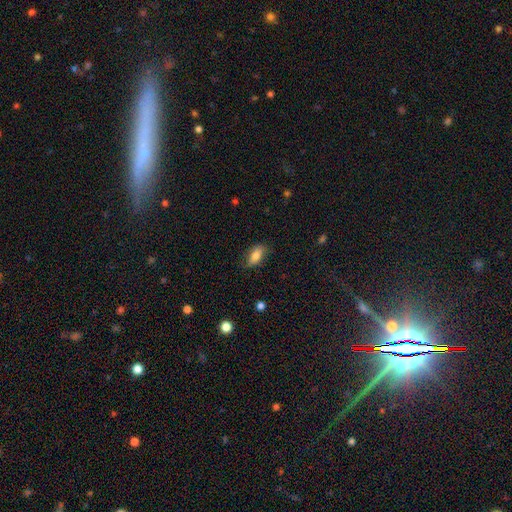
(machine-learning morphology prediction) Q: Smooth or featured?
A: smooth (79%); runner-up: featured or disk (14%)
Q: How rounded?
A: in between (85%); runner-up: cigar-shaped (11%)
Q: Merging?
A: none (75%); runner-up: minor disturbance (20%)